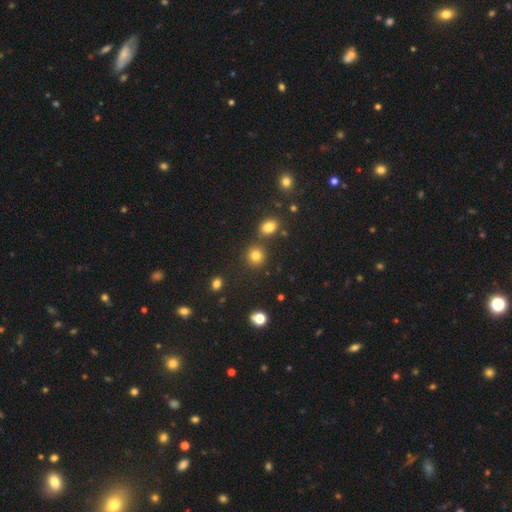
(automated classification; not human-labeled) smooth 79%, star or artifact 14%, featured or disk 6%. Down the decision tree: how rounded — round (86%); merging — none (79%).